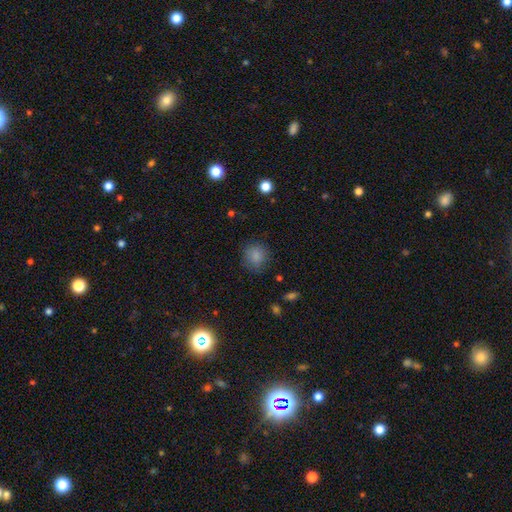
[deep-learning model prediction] Smooth or featured?
  - smooth: 84% *
  - star or artifact: 11%
  - featured or disk: 5%
How rounded?
  - round: 84% *
  - in between: 15%
  - cigar-shaped: 1%
Merging?
  - none: 80% *
  - minor disturbance: 14%
  - major disturbance: 5%
  - merger: 1%